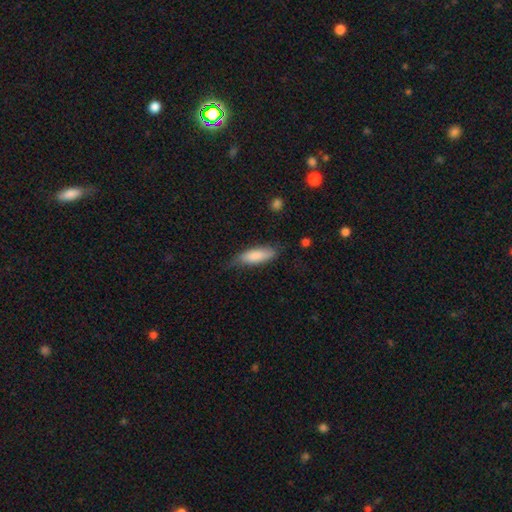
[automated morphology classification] Smooth or featured: smooth — 82% (featured or disk — 13%)
How rounded: in between — 62% (cigar-shaped — 36%)
Merging: none — 60% (minor disturbance — 31%)